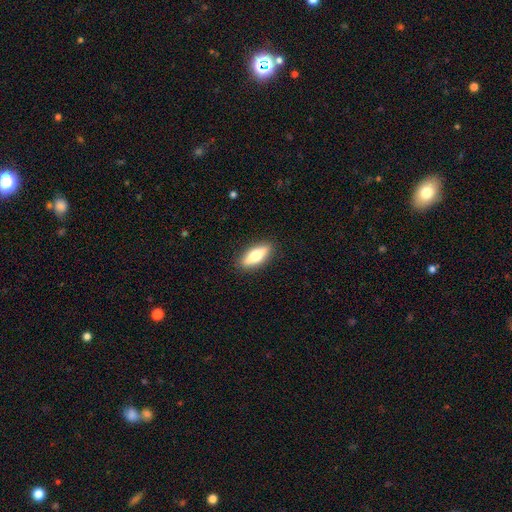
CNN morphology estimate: A smooth galaxy with no disk features (62%) that is in between round and cigar-shaped (60%). Merging: none (89%).